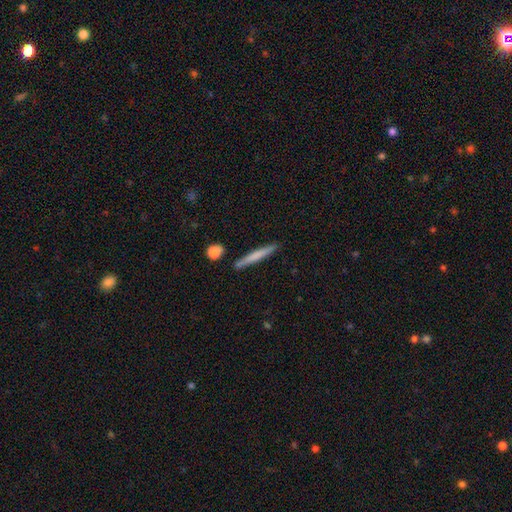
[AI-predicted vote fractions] Smooth or featured? smooth (64%)
How rounded? cigar-shaped (96%)
Merging? none (87%)